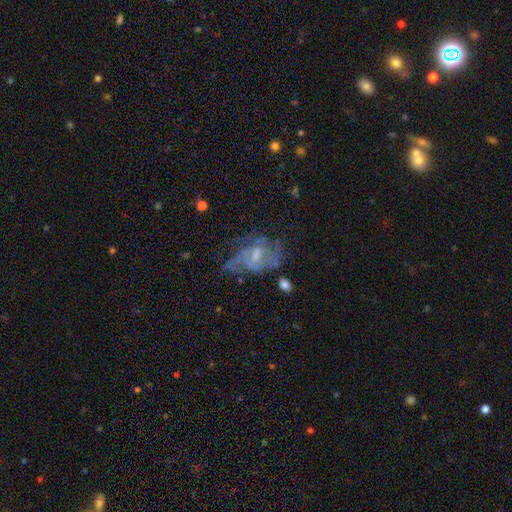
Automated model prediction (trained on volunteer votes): This is likely a featured or disk galaxy (71%). It is clearly not viewed edge-on (96%). Bar: possibly no (46%). Spiral arm pattern: likely yes (71%). Central bulge: marginally moderate (42%). Merging: marginally none (42%).